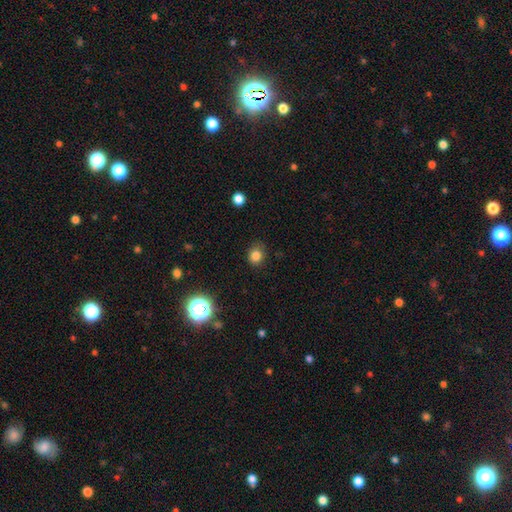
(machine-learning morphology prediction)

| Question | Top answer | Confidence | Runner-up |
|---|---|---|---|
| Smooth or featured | smooth | 81% | star or artifact (14%) |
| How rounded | round | 73% | in between (26%) |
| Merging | none | 82% | minor disturbance (13%) |